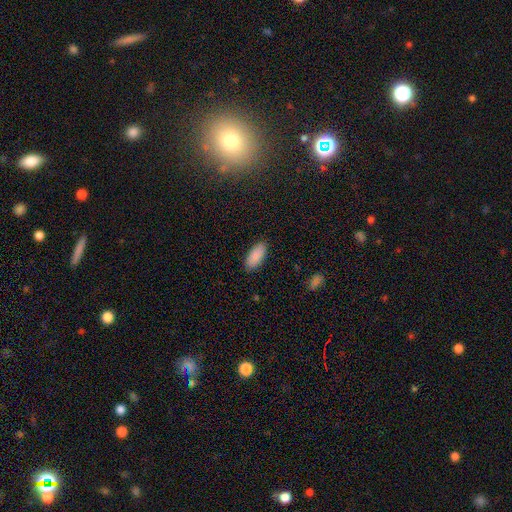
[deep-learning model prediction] A smooth galaxy with no disk features (89%) that is in between round and cigar-shaped (89%).

Vote fractions:
- Smooth or featured? smooth: 89% / star or artifact: 6% / featured or disk: 5%
- How rounded? in between: 89% / cigar-shaped: 9% / round: 2%
- Merging? none: 89% / minor disturbance: 8% / major disturbance: 2% / merger: 1%